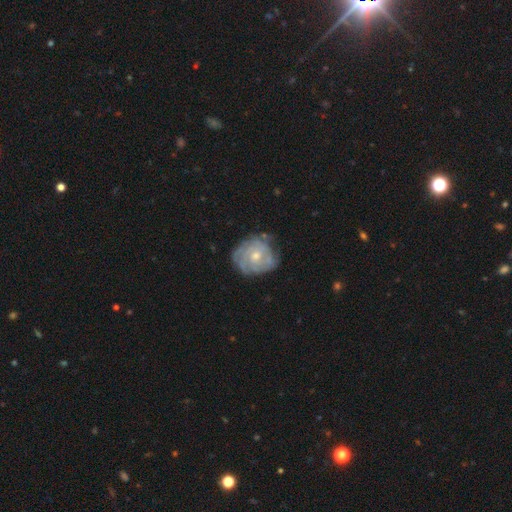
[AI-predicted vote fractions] A featured or disk galaxy (73%) with no bar (78%), tight (72%) spiral arms (82%) and a moderate central bulge (56%).

Vote fractions:
- Smooth or featured? featured or disk: 73% / smooth: 21% / star or artifact: 6%
- Edge-on disk? no: 98% / yes: 2%
- Bar? no: 78% / weak: 19% / strong: 3%
- Spiral arms? yes: 82% / no: 18%
- Spiral winding? tight: 72% / medium: 21% / loose: 7%
- Spiral arm count? can't tell: 53% / 3: 14% / 2: 13% / 4: 10% / more than 4: 5% / 1: 5%
- Bulge size? moderate: 56% / small: 39% / large: 2% / none: 2% / dominant: 1%
- Merging? none: 67% / minor disturbance: 23% / major disturbance: 8% / merger: 2%